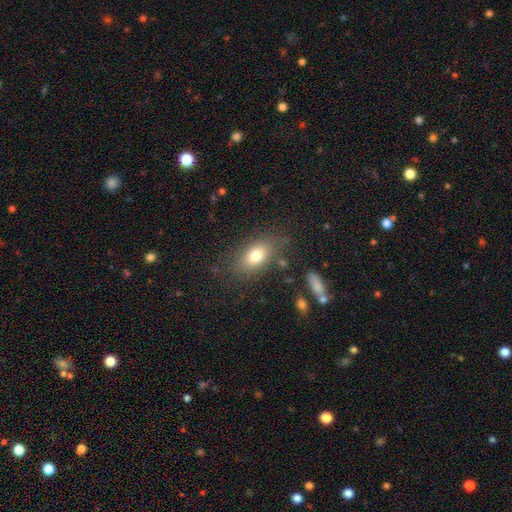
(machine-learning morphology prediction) This is likely a smooth galaxy (77%). How rounded: clearly in between (84%). Merging: likely none (77%).